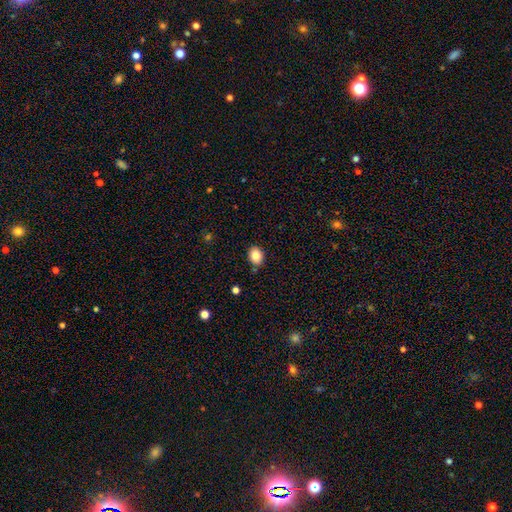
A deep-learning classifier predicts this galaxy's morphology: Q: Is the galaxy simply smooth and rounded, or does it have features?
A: smooth — 84%.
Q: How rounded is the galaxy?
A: in between — 55%.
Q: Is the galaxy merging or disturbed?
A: none — 85%.